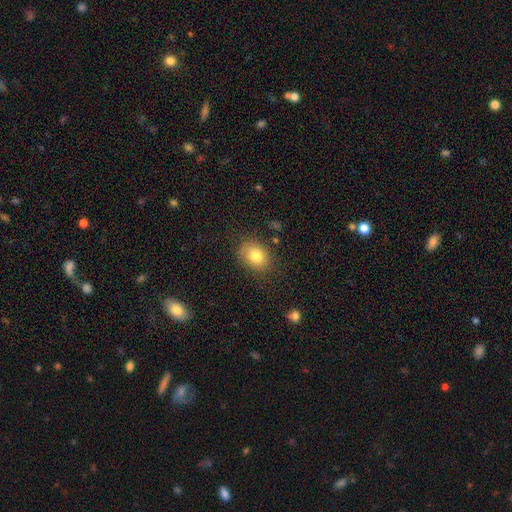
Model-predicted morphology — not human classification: This is likely a smooth galaxy (80%). How rounded: possibly in between (58%). Merging: likely none (77%).